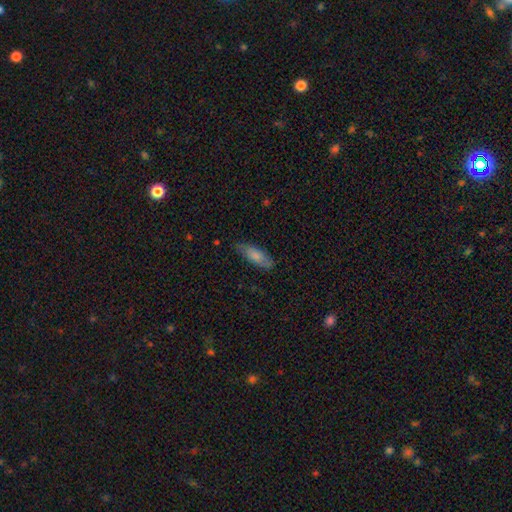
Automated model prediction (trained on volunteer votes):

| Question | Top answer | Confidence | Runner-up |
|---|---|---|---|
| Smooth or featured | smooth | 74% | featured or disk (20%) |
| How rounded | in between | 68% | cigar-shaped (31%) |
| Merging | none | 74% | minor disturbance (20%) |